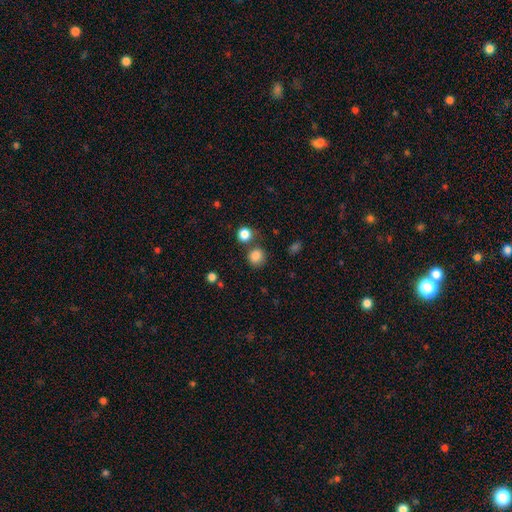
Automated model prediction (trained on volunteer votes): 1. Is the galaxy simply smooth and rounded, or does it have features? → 84% smooth, 12% star or artifact, 5% featured or disk.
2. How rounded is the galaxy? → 88% round, 11% in between, 1% cigar-shaped.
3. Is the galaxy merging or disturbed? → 73% none, 13% merger, 9% minor disturbance, 4% major disturbance.